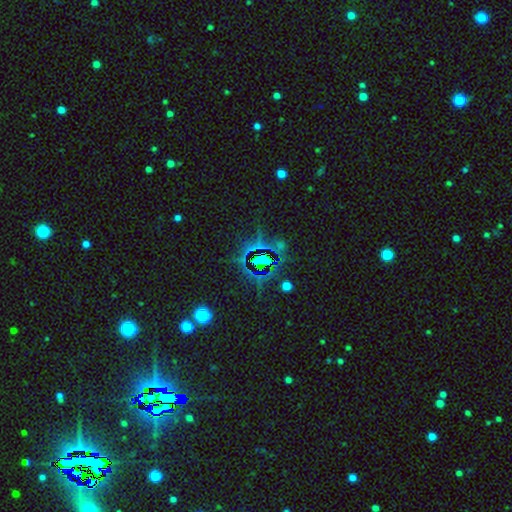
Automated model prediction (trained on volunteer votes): The model was most divided on "smooth or featured": star or artifact: 78%, smooth: 12%, featured or disk: 10%.